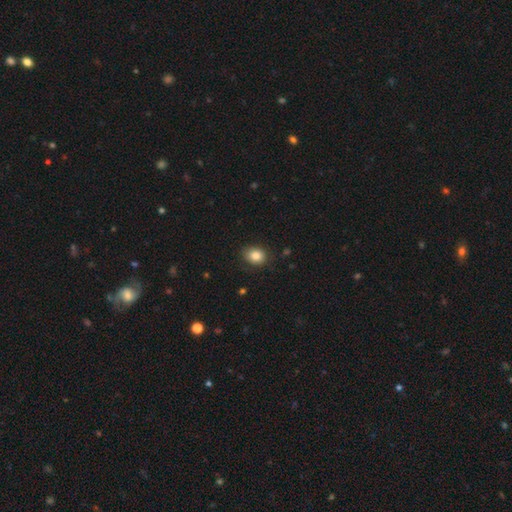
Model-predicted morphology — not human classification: This appears to be a smooth galaxy with no disk features (85%) that is in between round and cigar-shaped (50%). Merging: none (81%).